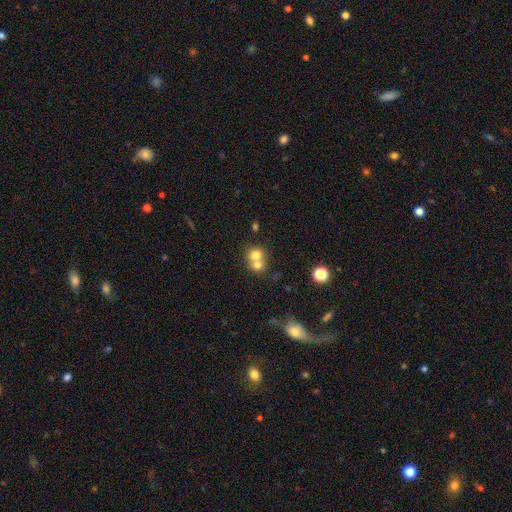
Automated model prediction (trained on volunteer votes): This is likely a smooth galaxy (73%). How rounded: likely round (79%). Merging: likely merger (62%).